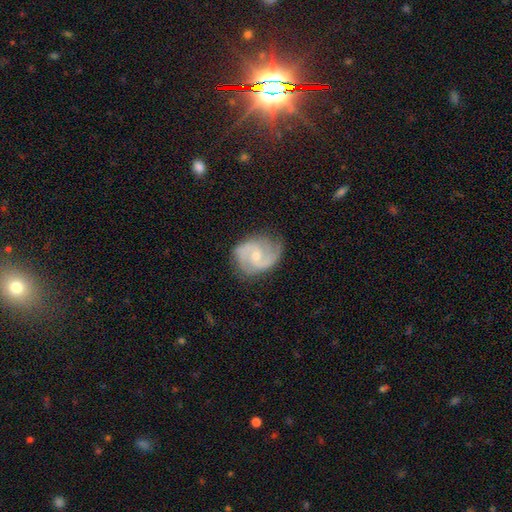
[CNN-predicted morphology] A featured or disk galaxy (86%) with no bar (53%), 2 (75%) medium (51%) spiral arms (97%) and a small central bulge (51%). Merging: none (73%).